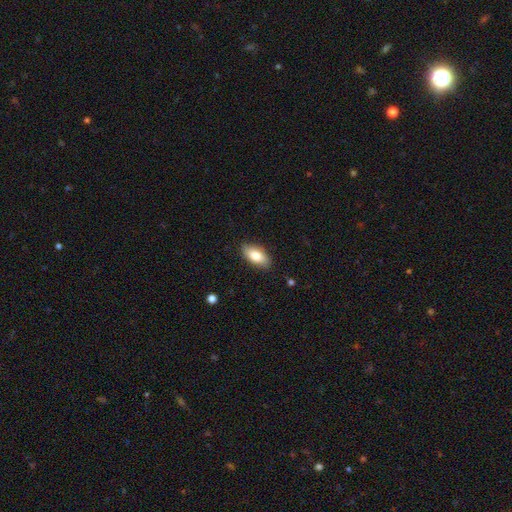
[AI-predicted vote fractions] Morphology: type=smooth (80%); roundness=in between (90%); merging=none (87%).